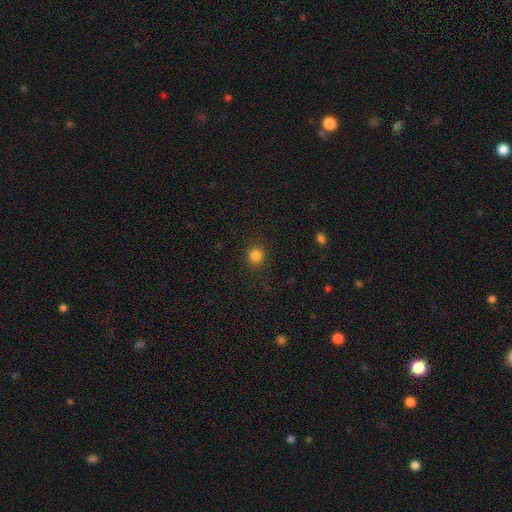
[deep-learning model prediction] smooth_or_featured: smooth (p=0.84) [alt: star or artifact p=0.12]
how_rounded: round (p=0.93) [alt: in between p=0.06]
merging: none (p=0.90) [alt: minor disturbance p=0.06]